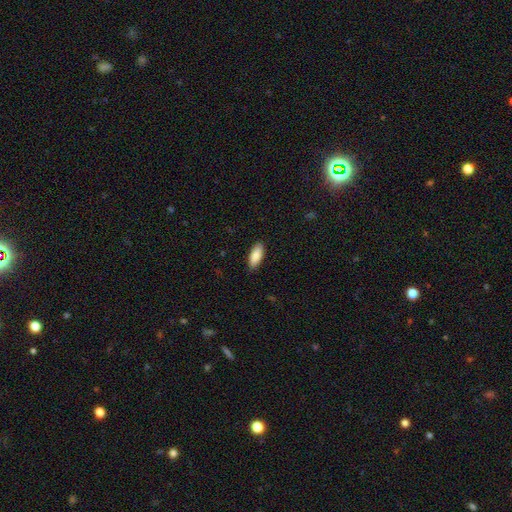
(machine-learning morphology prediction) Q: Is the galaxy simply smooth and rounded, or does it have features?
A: smooth — 87%.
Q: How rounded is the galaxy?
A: in between — 81%.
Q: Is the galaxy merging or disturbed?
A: none — 88%.